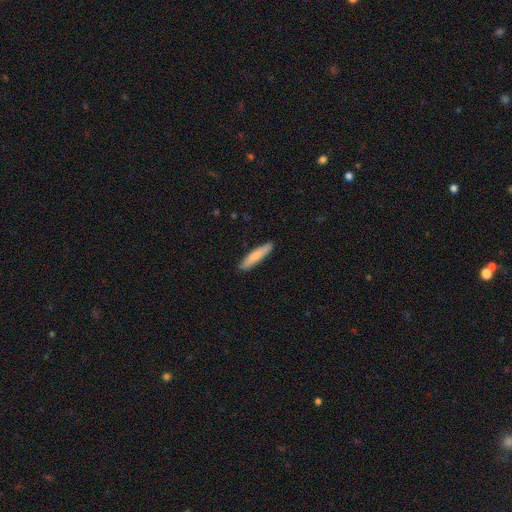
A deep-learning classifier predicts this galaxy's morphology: Smooth or featured? smooth (81%)
How rounded? cigar-shaped (86%)
Merging? none (89%)